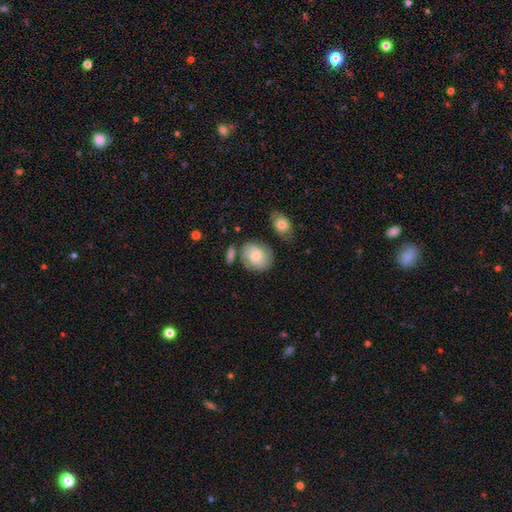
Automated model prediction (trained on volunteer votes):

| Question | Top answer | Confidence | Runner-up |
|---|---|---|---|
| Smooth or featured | smooth | 61% | featured or disk (32%) |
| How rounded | in between | 52% | round (47%) |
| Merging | none | 60% | minor disturbance (20%) |